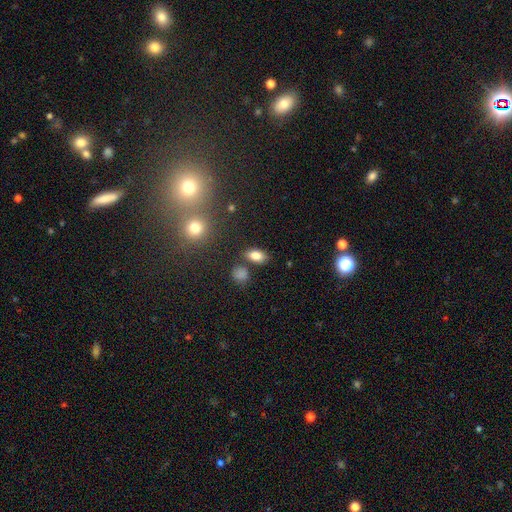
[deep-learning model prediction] Overall: smooth (82%). How rounded: in between (88%). Merging: none (78%).